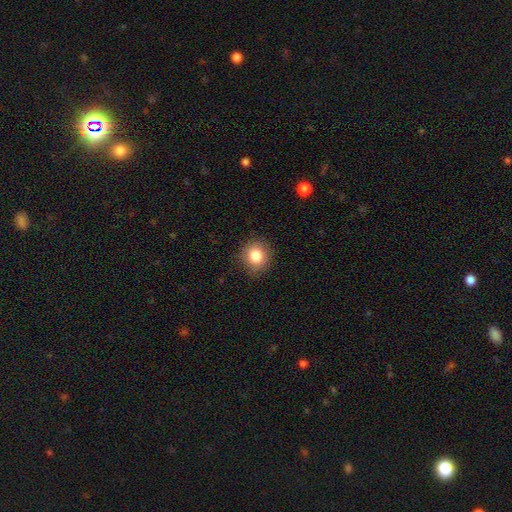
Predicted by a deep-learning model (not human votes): Smooth or featured?
  - smooth: 83% *
  - star or artifact: 10%
  - featured or disk: 7%
How rounded?
  - round: 80% *
  - in between: 19%
  - cigar-shaped: 1%
Merging?
  - none: 86% *
  - minor disturbance: 10%
  - major disturbance: 3%
  - merger: 1%